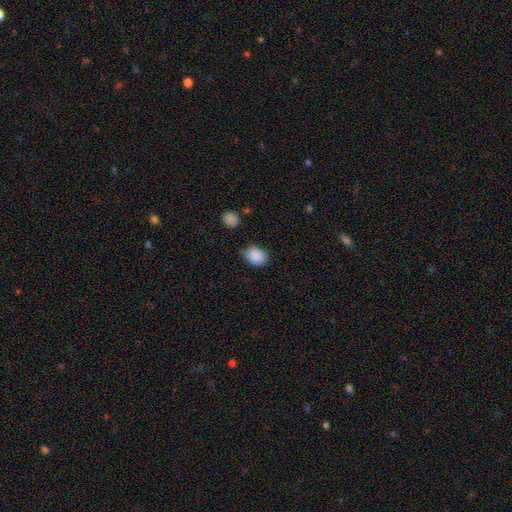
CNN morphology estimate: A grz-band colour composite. It shows a smooth galaxy with no disk features (88%) that is in between round and cigar-shaped (53%). Merging: none (68%).